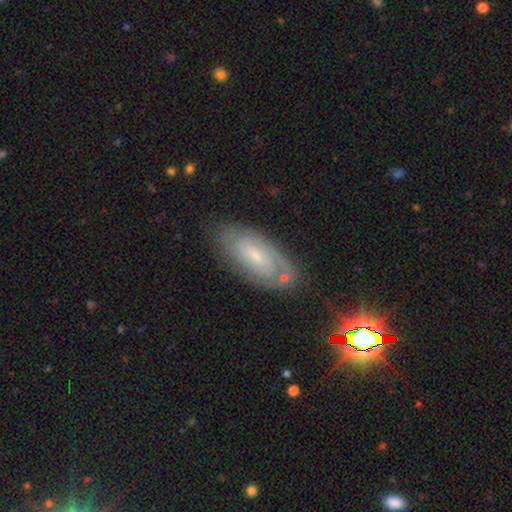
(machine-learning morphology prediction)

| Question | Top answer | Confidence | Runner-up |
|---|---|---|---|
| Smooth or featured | featured or disk | 69% | smooth (22%) |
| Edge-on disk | no | 91% | yes (9%) |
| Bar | no | 48% | weak (43%) |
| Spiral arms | yes | 87% | no (13%) |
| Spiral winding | tight | 63% | medium (29%) |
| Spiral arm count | can't tell | 44% | 2 (37%) |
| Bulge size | small | 68% | moderate (26%) |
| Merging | none | 74% | minor disturbance (18%) |